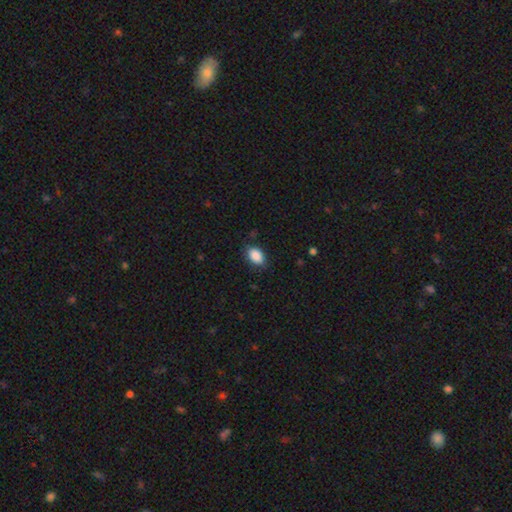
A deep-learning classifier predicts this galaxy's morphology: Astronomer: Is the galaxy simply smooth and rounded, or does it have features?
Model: smooth — 88%.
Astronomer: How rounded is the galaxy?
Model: in between — 88%.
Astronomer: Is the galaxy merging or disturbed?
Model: none — 79%.